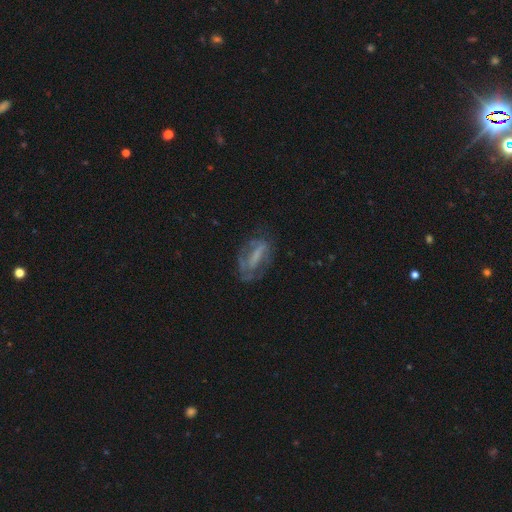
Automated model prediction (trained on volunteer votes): This appears to be a featured or disk galaxy (59%) with a strong bar (43%), spiral arms (53%) and no central bulge (50%). Merging: none (55%).